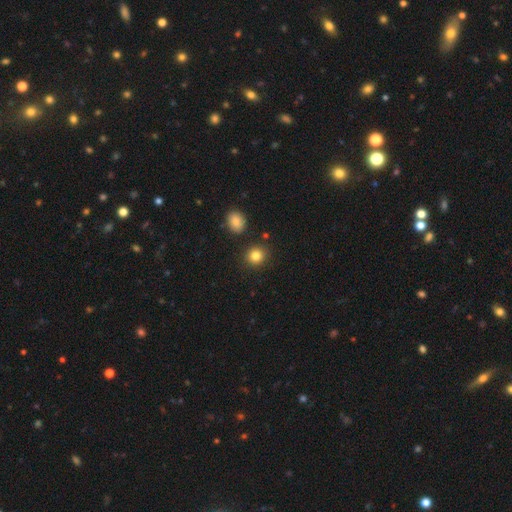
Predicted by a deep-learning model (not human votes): Smooth or featured: smooth — 85% (star or artifact — 10%)
How rounded: round — 84% (in between — 15%)
Merging: none — 87% (minor disturbance — 7%)